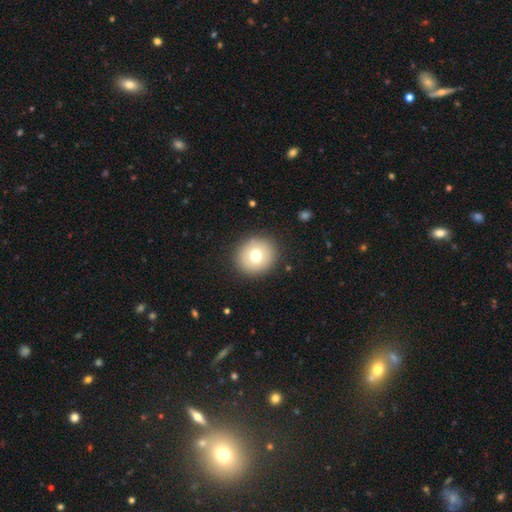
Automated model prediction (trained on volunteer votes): Smooth or featured? smooth (72%)
How rounded? round (89%)
Merging? none (90%)